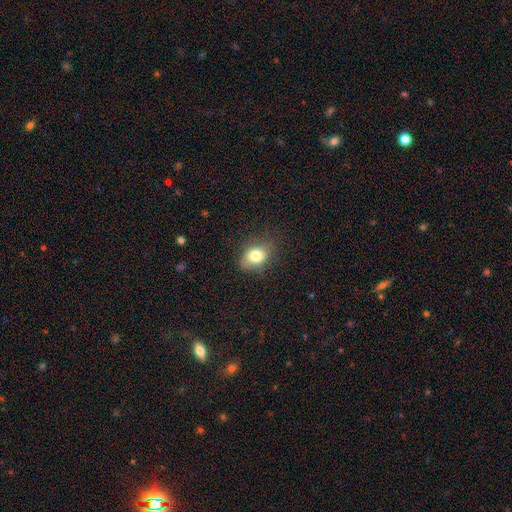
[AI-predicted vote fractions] Smooth or featured? Predicted: smooth (p=0.79). How rounded? Predicted: in between (p=0.65). Merging? Predicted: none (p=0.71).